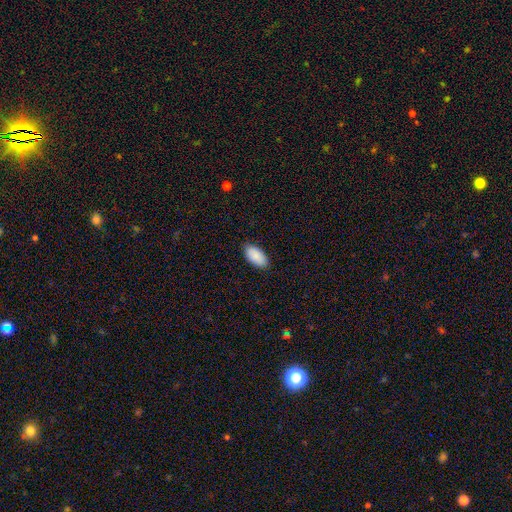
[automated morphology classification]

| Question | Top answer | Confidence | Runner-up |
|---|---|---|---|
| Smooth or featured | smooth | 90% | star or artifact (6%) |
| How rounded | in between | 95% | cigar-shaped (3%) |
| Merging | none | 87% | minor disturbance (10%) |